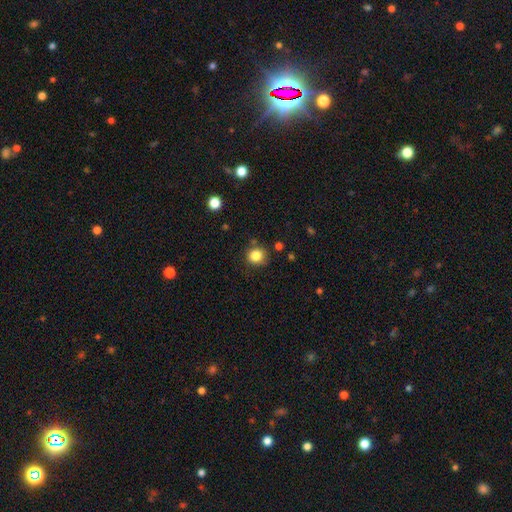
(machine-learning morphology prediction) The model was most divided on "merging": none: 82%, minor disturbance: 12%, merger: 4%, major disturbance: 3%. More confident: how rounded — round (87%); smooth or featured — smooth (83%).